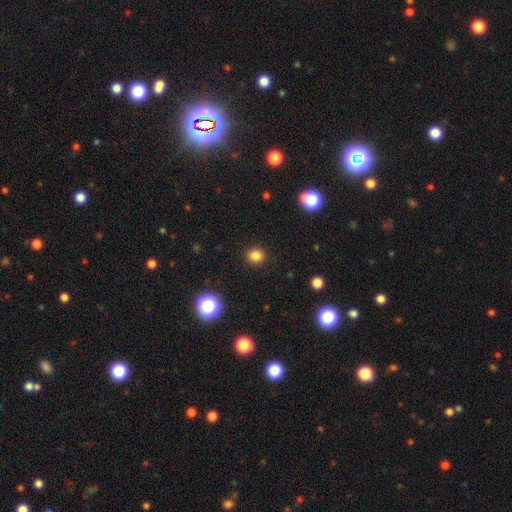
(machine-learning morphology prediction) type=smooth (83%); roundness=round (78%); merging=none (91%).